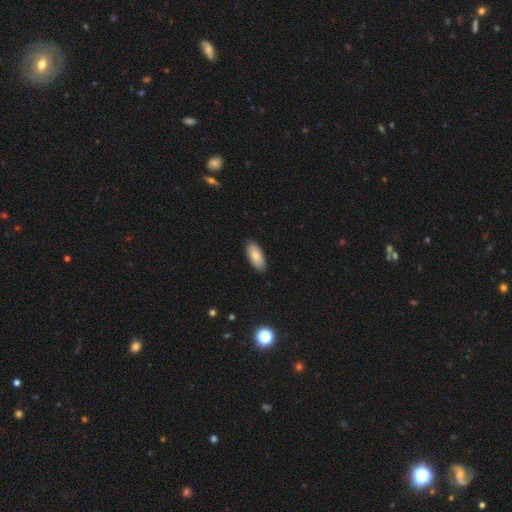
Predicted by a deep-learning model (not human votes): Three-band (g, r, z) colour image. It shows a smooth galaxy with no disk features (80%) that is in between round and cigar-shaped (89%). Merging: none (87%).